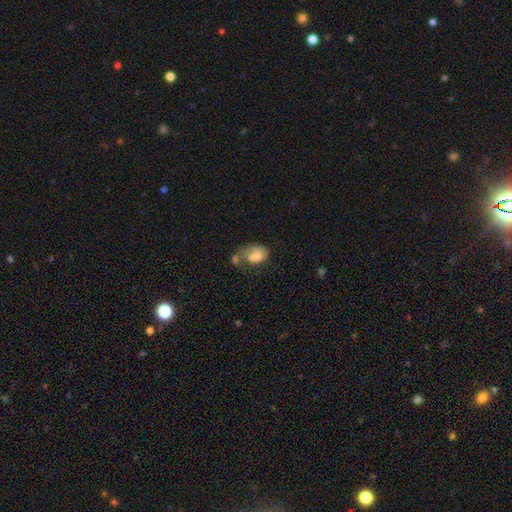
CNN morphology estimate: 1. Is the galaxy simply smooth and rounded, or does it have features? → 68% smooth, 24% featured or disk, 9% star or artifact.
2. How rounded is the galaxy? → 80% in between, 18% round, 1% cigar-shaped.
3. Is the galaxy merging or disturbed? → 31% major disturbance, 25% merger, 22% minor disturbance, 22% none.